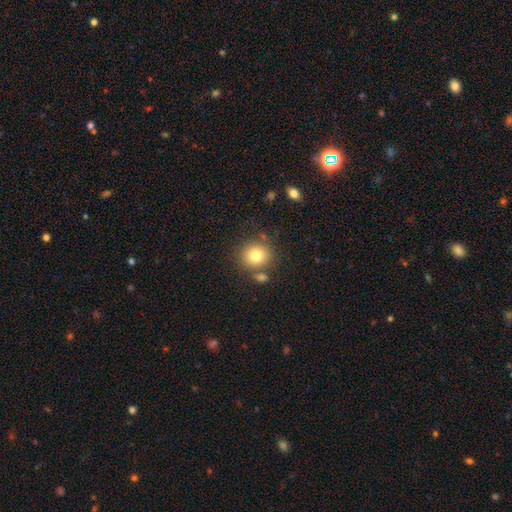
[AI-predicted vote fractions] A smooth galaxy with no disk features (80%) that is round (86%).

Vote fractions:
- Smooth or featured? smooth: 80% / star or artifact: 11% / featured or disk: 10%
- How rounded? round: 86% / in between: 13% / cigar-shaped: 1%
- Merging? none: 74% / merger: 12% / minor disturbance: 10% / major disturbance: 4%